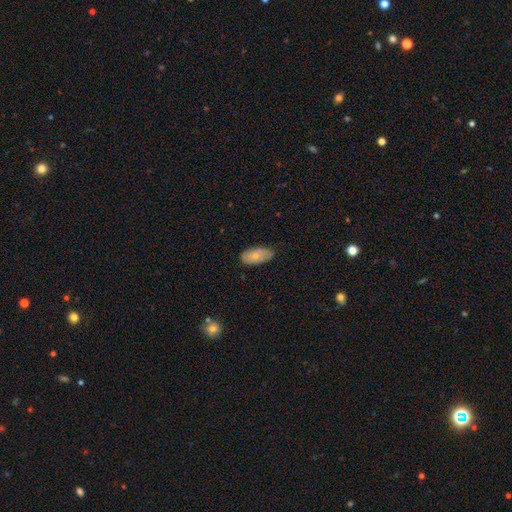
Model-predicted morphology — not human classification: A smooth galaxy with no disk features (72%) that is in between round and cigar-shaped (93%).

Vote fractions:
- Smooth or featured? smooth: 72% / featured or disk: 21% / star or artifact: 7%
- How rounded? in between: 93% / cigar-shaped: 5% / round: 3%
- Merging? none: 69% / minor disturbance: 24% / major disturbance: 4% / merger: 2%